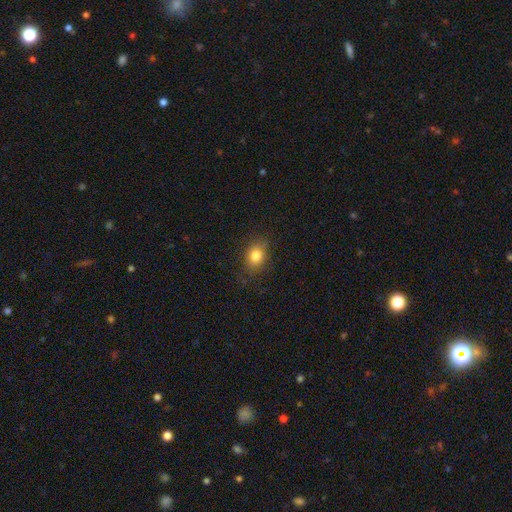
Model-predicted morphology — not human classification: A smooth galaxy with no disk features (82%) that is in between round and cigar-shaped (52%).

Vote fractions:
- Smooth or featured? smooth: 82% / star or artifact: 11% / featured or disk: 7%
- How rounded? in between: 52% / round: 47% / cigar-shaped: 1%
- Merging? none: 82% / minor disturbance: 13% / major disturbance: 4% / merger: 1%